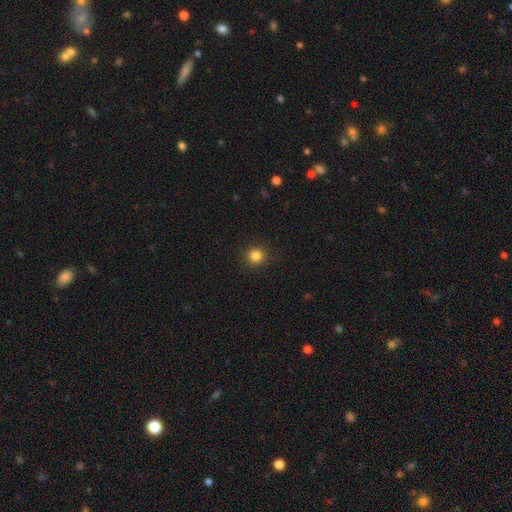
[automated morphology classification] Overall: smooth (84%). How rounded: round (94%). Merging: none (91%).